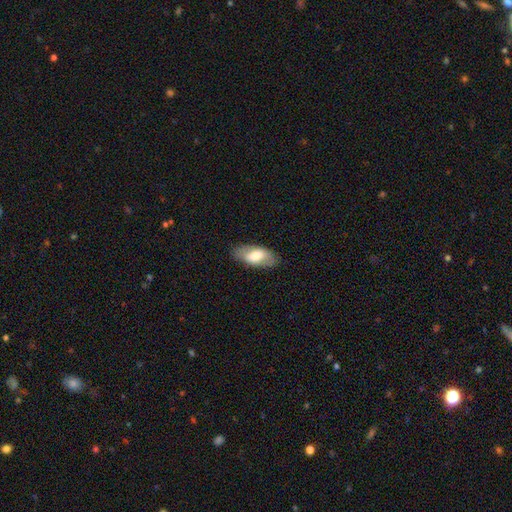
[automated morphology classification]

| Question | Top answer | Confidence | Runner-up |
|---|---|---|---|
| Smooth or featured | smooth | 63% | featured or disk (31%) |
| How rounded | in between | 88% | cigar-shaped (9%) |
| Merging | none | 83% | minor disturbance (13%) |